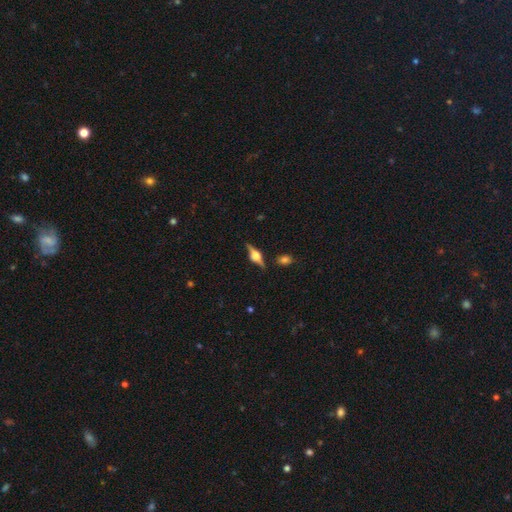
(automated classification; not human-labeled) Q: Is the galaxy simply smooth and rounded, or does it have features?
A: featured or disk — 77%.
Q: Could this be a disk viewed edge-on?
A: yes — 97%.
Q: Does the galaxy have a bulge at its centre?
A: rounded — 87%.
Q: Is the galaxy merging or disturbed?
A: none — 83%.